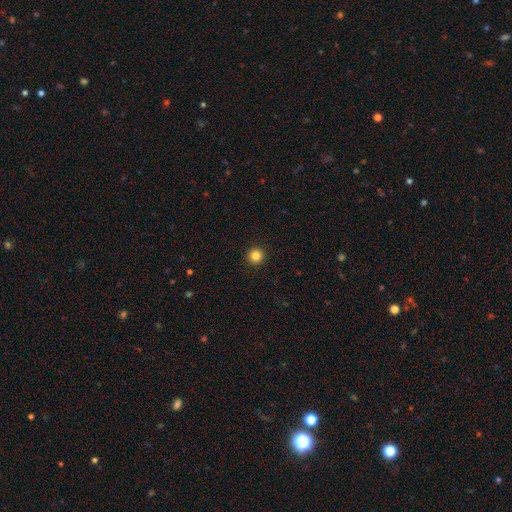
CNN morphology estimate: A smooth galaxy with no disk features (84%) that is round (96%). Merging: none (93%).